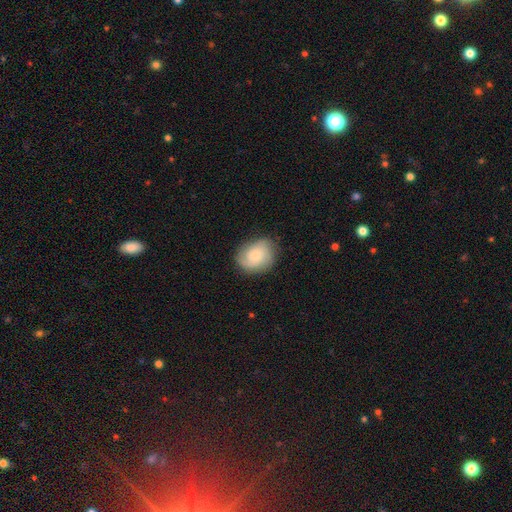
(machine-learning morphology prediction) smooth-or-featured: smooth: 48% | featured or disk: 44% | star or artifact: 8%
  merging: none: 77% | minor disturbance: 17% | major disturbance: 6% | merger: 1%